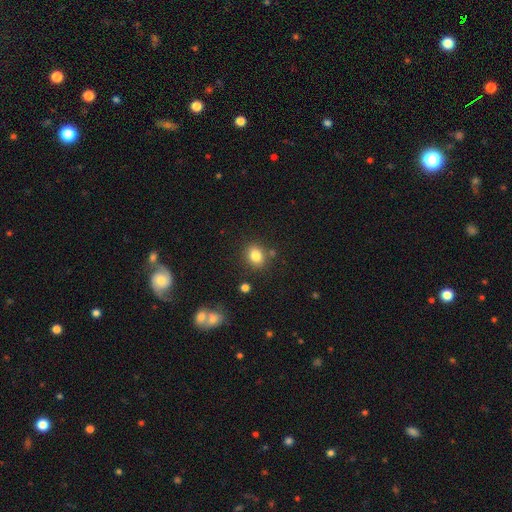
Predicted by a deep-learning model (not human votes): A smooth galaxy with no disk features (82%) that is round (57%).

Vote fractions:
- Smooth or featured? smooth: 82% / star or artifact: 11% / featured or disk: 7%
- How rounded? round: 57% / in between: 42% / cigar-shaped: 1%
- Merging? none: 80% / minor disturbance: 11% / merger: 6% / major disturbance: 3%